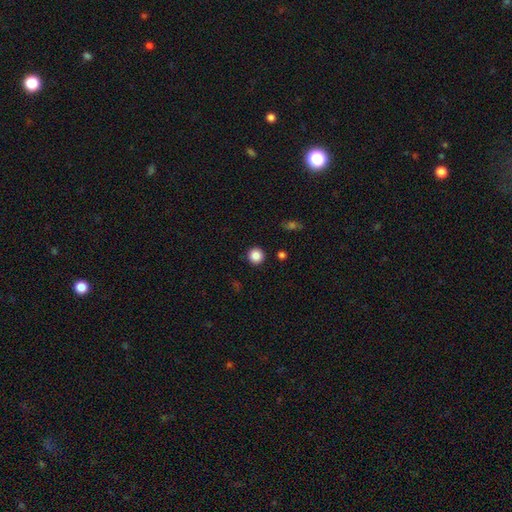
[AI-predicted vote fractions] Smooth or featured?
  - smooth: 87% *
  - star or artifact: 10%
  - featured or disk: 3%
How rounded?
  - round: 96% *
  - in between: 4%
  - cigar-shaped: 1%
Merging?
  - none: 91% *
  - minor disturbance: 5%
  - major disturbance: 2%
  - merger: 2%